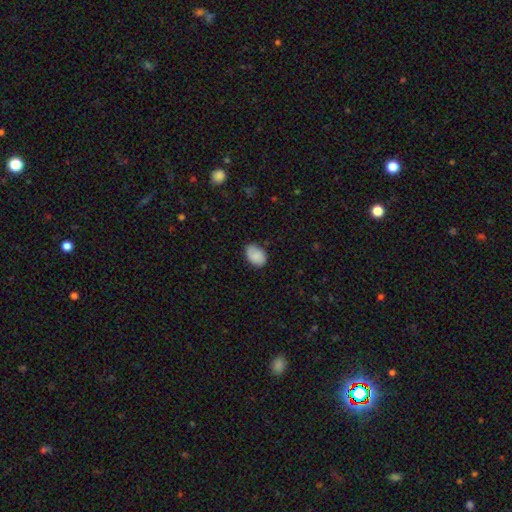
Smooth or featured?
  - smooth: 76% *
  - featured or disk: 16%
  - star or artifact: 8%
How rounded?
  - in between: 100% *
  - round: 0%
  - cigar-shaped: 0%
Merging?
  - none: 80% *
  - minor disturbance: 17%
  - major disturbance: 3%
  - merger: 0%